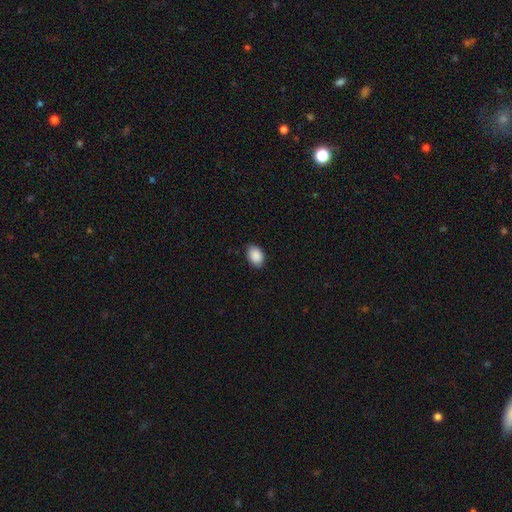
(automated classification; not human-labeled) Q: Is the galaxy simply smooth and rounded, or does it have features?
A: smooth — 90%.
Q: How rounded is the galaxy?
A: in between — 84%.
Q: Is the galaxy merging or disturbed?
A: none — 86%.